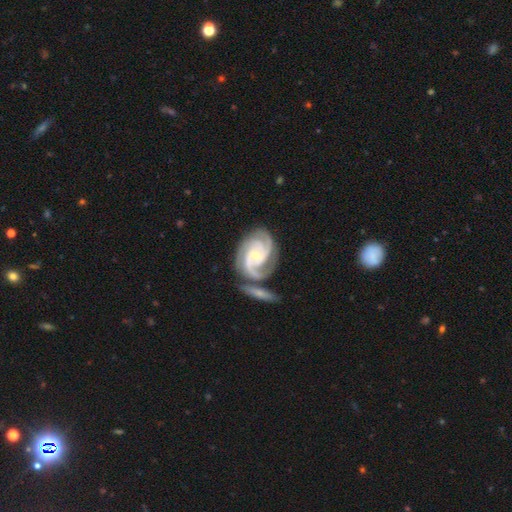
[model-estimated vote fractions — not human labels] Smooth or featured?
  - featured or disk: 92% *
  - smooth: 4%
  - star or artifact: 4%
Edge-on disk?
  - no: 98% *
  - yes: 2%
Bar?
  - no: 59% *
  - weak: 30%
  - strong: 10%
Spiral arms?
  - yes: 98% *
  - no: 2%
Spiral winding?
  - tight: 60% *
  - medium: 35%
  - loose: 5%
Spiral arm count?
  - 3: 54% *
  - 2: 18%
  - 4: 15%
  - can't tell: 6%
  - more than 4: 3%
  - 1: 3%
Bulge size?
  - small: 60% *
  - moderate: 36%
  - large: 1%
  - none: 1%
  - dominant: 1%
Merging?
  - none: 58% *
  - minor disturbance: 17%
  - merger: 17%
  - major disturbance: 8%